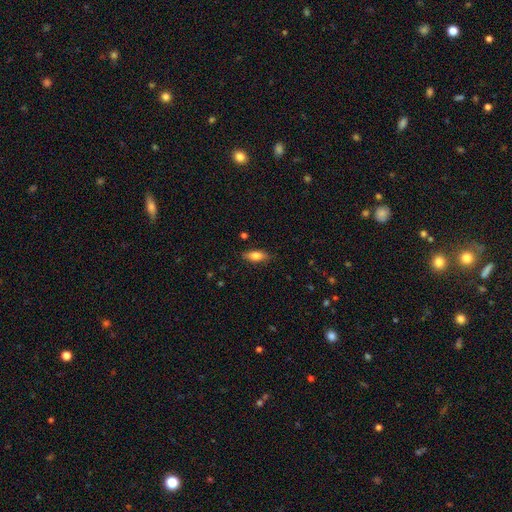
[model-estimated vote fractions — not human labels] Smooth or featured? smooth (74%)
How rounded? in between (71%)
Merging? none (84%)